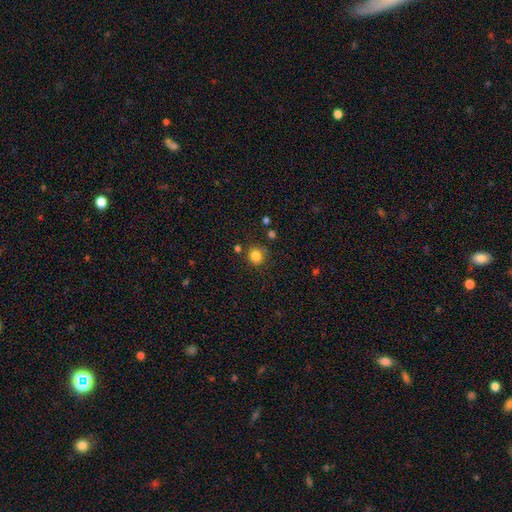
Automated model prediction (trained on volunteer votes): Overall: smooth (83%). How rounded: round (85%). Merging: none (76%).